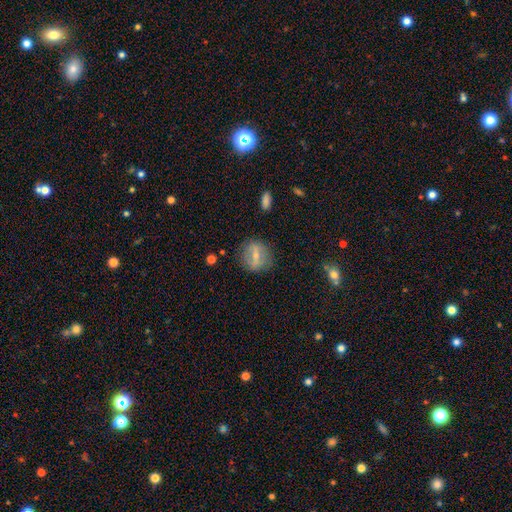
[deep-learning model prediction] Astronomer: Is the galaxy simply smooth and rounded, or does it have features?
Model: smooth — 47% (runner-up: featured or disk, 44%).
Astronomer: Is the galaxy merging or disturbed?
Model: none — 78%.